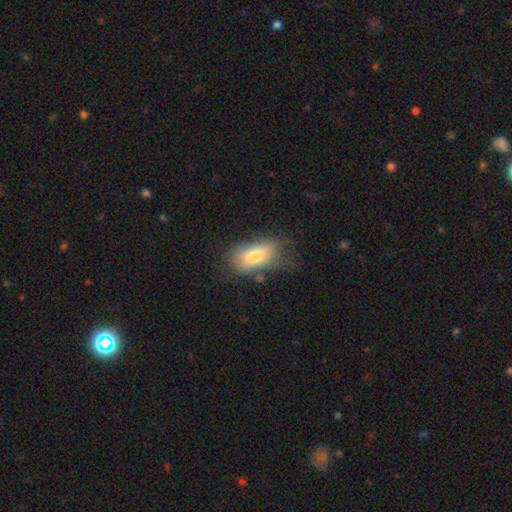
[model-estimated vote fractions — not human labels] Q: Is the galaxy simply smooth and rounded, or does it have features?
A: smooth — 72%.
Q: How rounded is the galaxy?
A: in between — 90%.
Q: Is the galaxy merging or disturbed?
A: none — 49%.